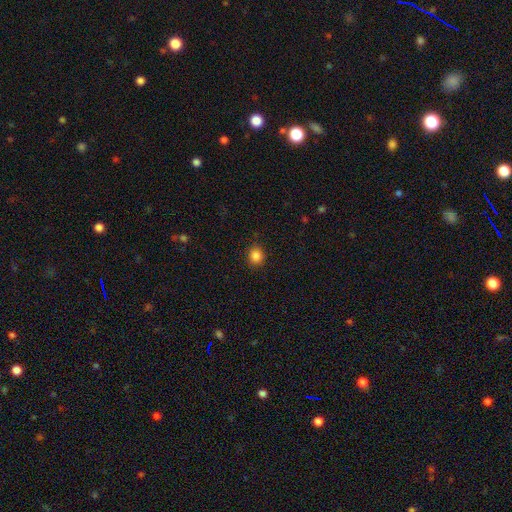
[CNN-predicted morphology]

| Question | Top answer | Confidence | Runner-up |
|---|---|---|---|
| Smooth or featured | smooth | 86% | star or artifact (11%) |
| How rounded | round | 81% | in between (18%) |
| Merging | none | 89% | minor disturbance (8%) |